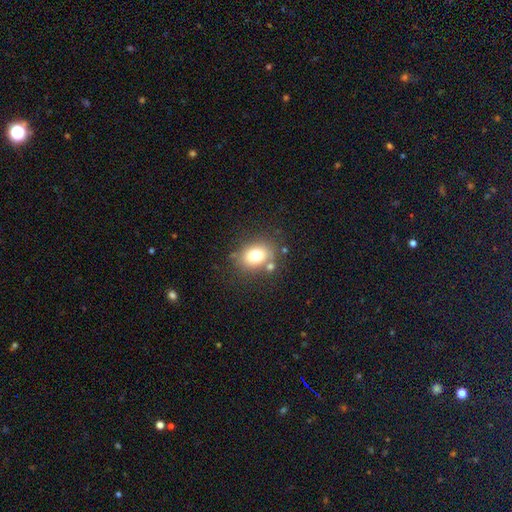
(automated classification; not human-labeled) The model was most divided on "how rounded": in between: 53%, round: 46%, cigar-shaped: 1%. More confident: smooth or featured — smooth (74%); merging — none (71%).